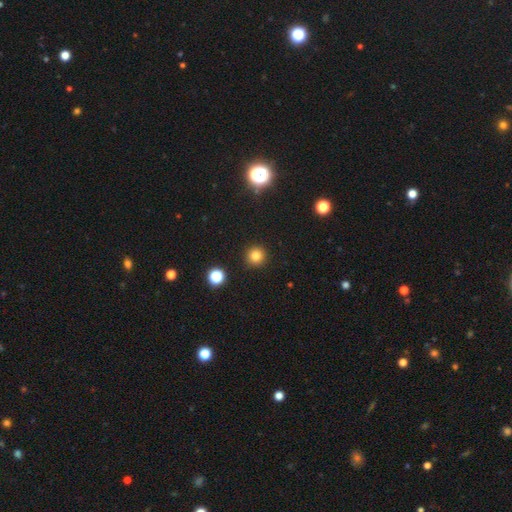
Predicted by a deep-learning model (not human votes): Morphology: type=smooth (80%); roundness=round (95%); merging=none (92%).